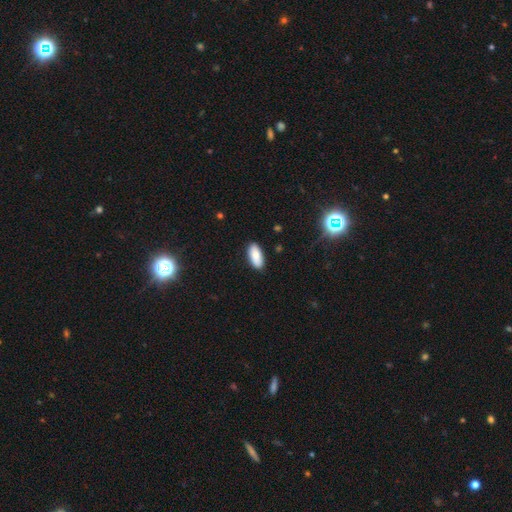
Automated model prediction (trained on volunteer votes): Smooth or featured: smooth — 83% (featured or disk — 10%)
How rounded: in between — 90% (cigar-shaped — 8%)
Merging: none — 87% (minor disturbance — 10%)